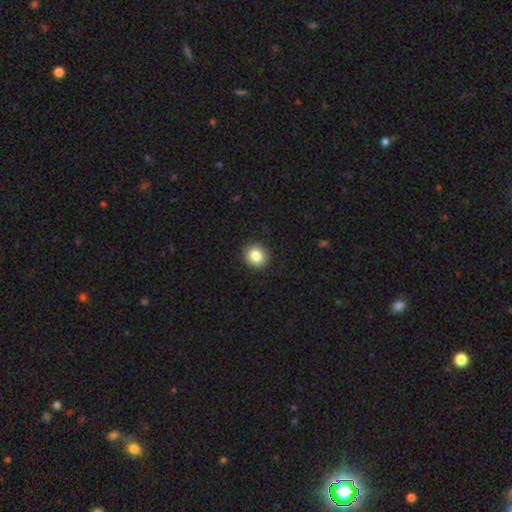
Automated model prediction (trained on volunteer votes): Morphology: type=smooth (84%); roundness=round (82%); merging=none (91%).